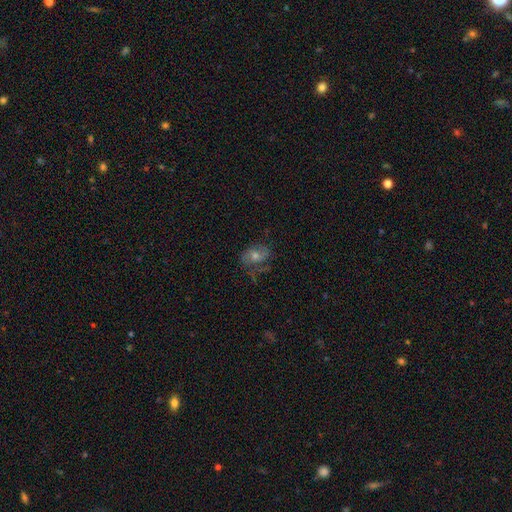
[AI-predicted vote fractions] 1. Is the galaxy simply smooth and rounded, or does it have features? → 54% featured or disk, 31% smooth, 15% star or artifact.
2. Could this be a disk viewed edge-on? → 96% no, 4% yes.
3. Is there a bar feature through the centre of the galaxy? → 72% no, 23% weak, 5% strong.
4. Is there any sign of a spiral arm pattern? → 77% yes, 23% no.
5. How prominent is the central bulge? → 56% moderate, 35% small, 5% large, 3% none, 1% dominant.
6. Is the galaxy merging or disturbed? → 56% none, 23% minor disturbance, 18% major disturbance, 3% merger.